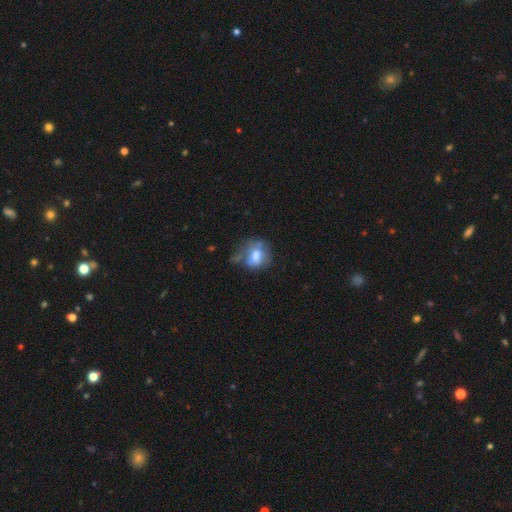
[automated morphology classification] Smooth or featured?
  - smooth: 62% *
  - featured or disk: 27%
  - star or artifact: 10%
How rounded?
  - round: 56% *
  - in between: 43%
  - cigar-shaped: 1%
Merging?
  - none: 38% *
  - minor disturbance: 31%
  - major disturbance: 23%
  - merger: 9%